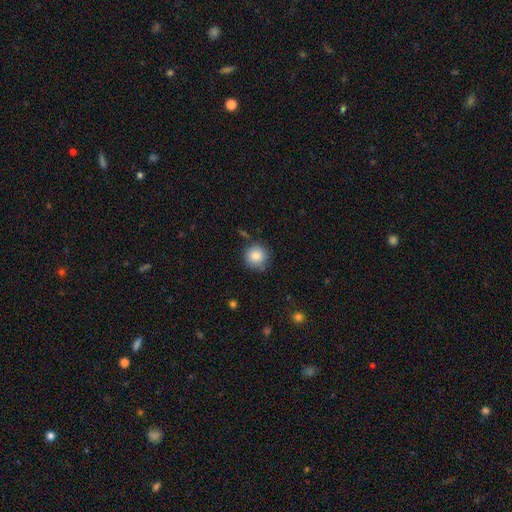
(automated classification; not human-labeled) The model was most divided on "merging": none: 81%, minor disturbance: 13%, major disturbance: 3%, merger: 3%. More confident: how rounded — round (93%); smooth or featured — smooth (85%).